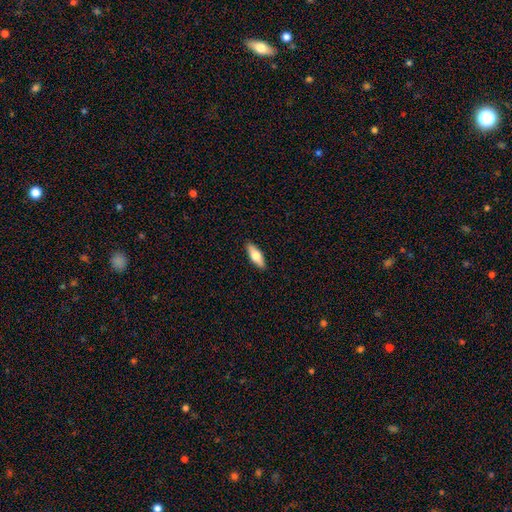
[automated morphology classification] This appears to be a smooth galaxy with no disk features (61%) that is in between round and cigar-shaped (61%). Merging: none (90%).